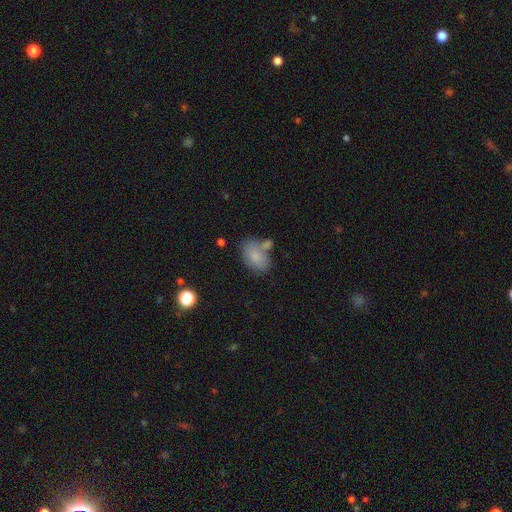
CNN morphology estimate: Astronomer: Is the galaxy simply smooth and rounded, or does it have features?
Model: smooth — 80%.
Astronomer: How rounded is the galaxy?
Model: in between — 87%.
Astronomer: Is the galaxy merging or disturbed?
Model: none — 54%.